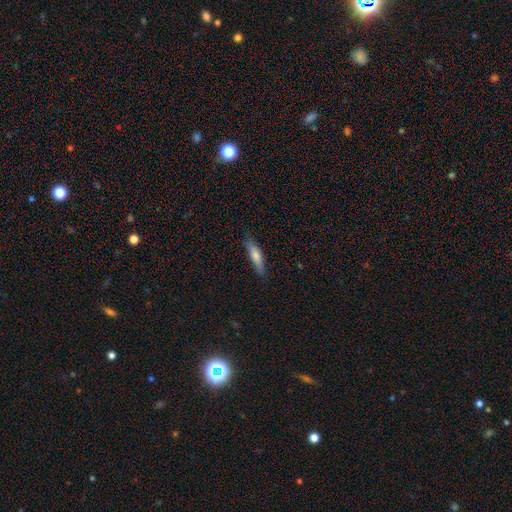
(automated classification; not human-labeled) Smooth or featured? Predicted: smooth (p=0.71). How rounded? Predicted: cigar-shaped (p=0.74). Merging? Predicted: none (p=0.81).